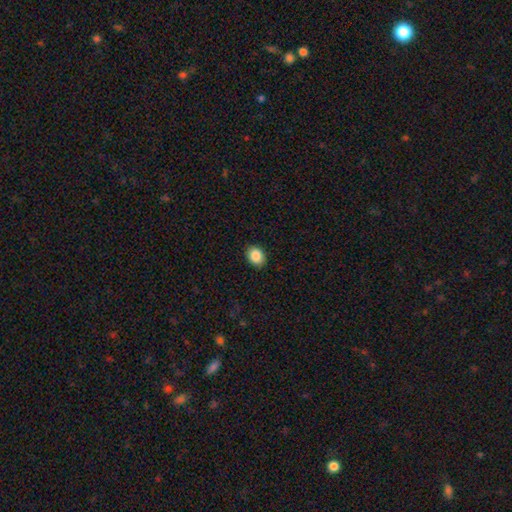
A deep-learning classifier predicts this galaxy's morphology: type=smooth (88%); roundness=in between (57%); merging=none (89%).